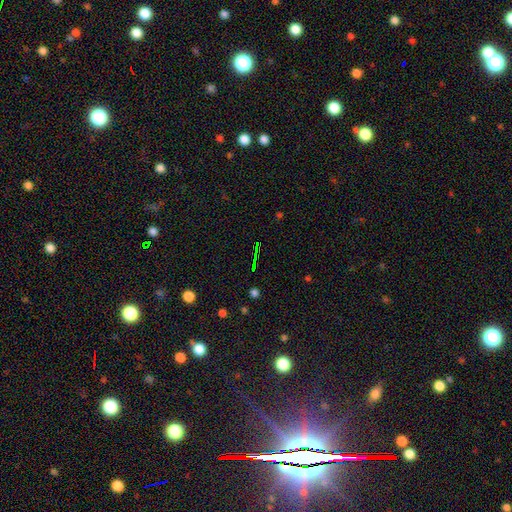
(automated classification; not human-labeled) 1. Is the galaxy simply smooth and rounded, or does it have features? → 68% star or artifact, 16% smooth, 15% featured or disk.